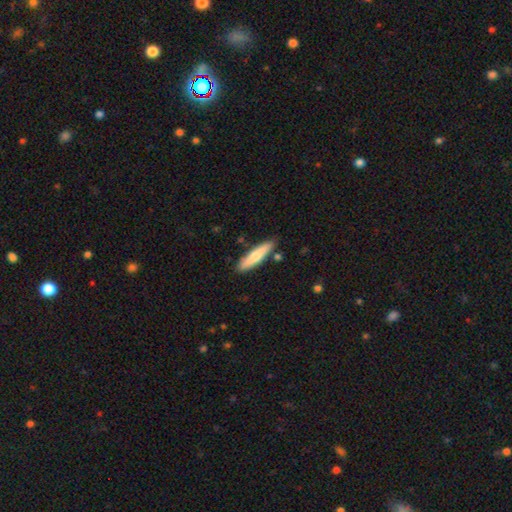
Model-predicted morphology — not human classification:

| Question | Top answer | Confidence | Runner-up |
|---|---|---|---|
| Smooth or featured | smooth | 65% | featured or disk (29%) |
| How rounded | cigar-shaped | 81% | in between (17%) |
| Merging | none | 84% | minor disturbance (11%) |